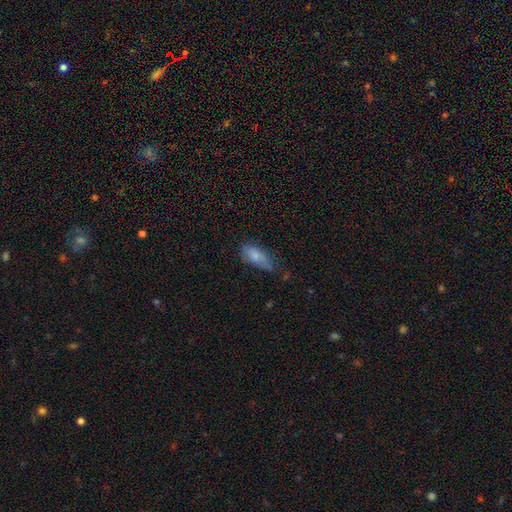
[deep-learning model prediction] Smooth or featured?
  - smooth: 78% *
  - featured or disk: 14%
  - star or artifact: 8%
How rounded?
  - in between: 84% *
  - cigar-shaped: 13%
  - round: 3%
Merging?
  - none: 46% *
  - minor disturbance: 39%
  - major disturbance: 12%
  - merger: 3%